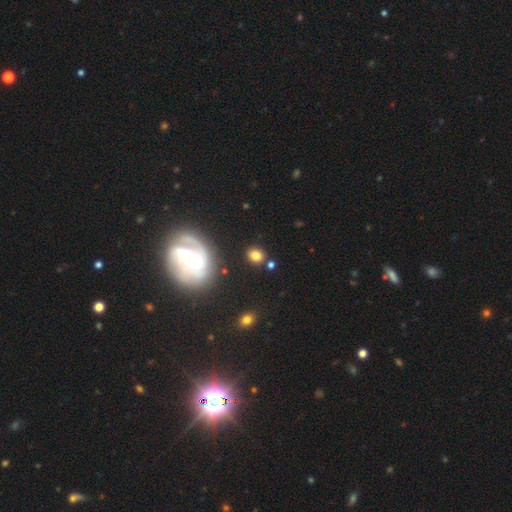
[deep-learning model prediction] Smooth or featured? smooth (75%)
How rounded? round (79%)
Merging? none (81%)